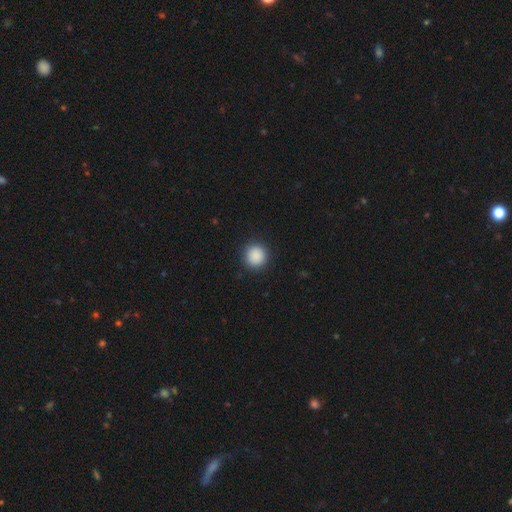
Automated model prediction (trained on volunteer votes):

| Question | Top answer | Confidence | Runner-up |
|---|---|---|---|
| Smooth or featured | smooth | 89% | star or artifact (8%) |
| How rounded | round | 94% | in between (5%) |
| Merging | none | 92% | minor disturbance (5%) |